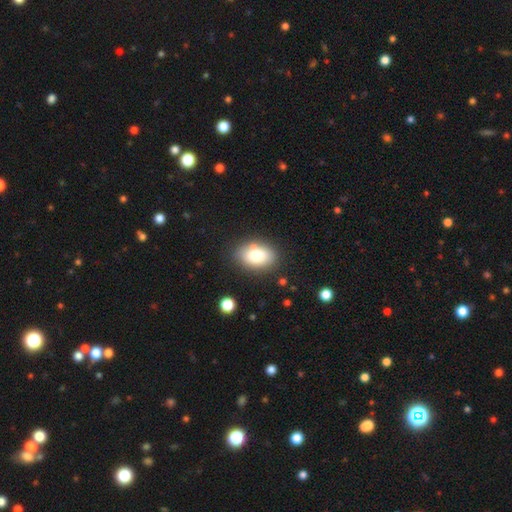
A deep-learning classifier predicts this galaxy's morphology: The model was most divided on "merging": none: 77%, minor disturbance: 14%, merger: 5%, major disturbance: 4%. More confident: how rounded — in between (84%); smooth or featured — smooth (81%).